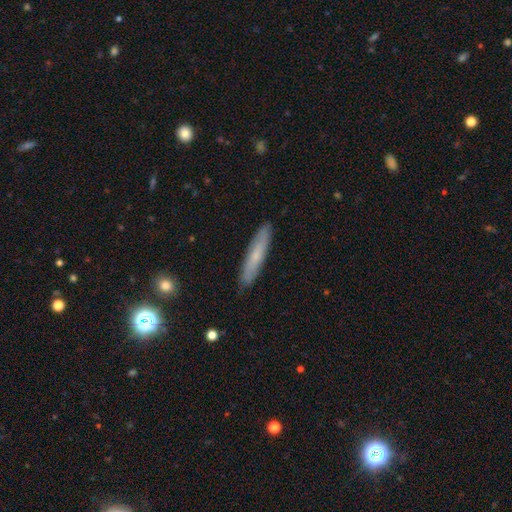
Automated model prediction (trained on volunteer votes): smooth 59%, featured or disk 35%, star or artifact 7%. Down the decision tree: how rounded — cigar-shaped (91%); merging — none (88%).